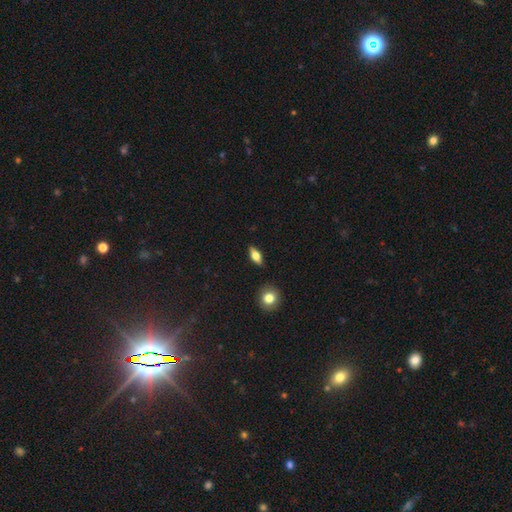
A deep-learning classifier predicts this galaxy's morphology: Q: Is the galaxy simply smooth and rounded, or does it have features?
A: smooth — 58%.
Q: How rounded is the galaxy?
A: in between — 75%.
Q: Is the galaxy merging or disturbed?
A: none — 87%.